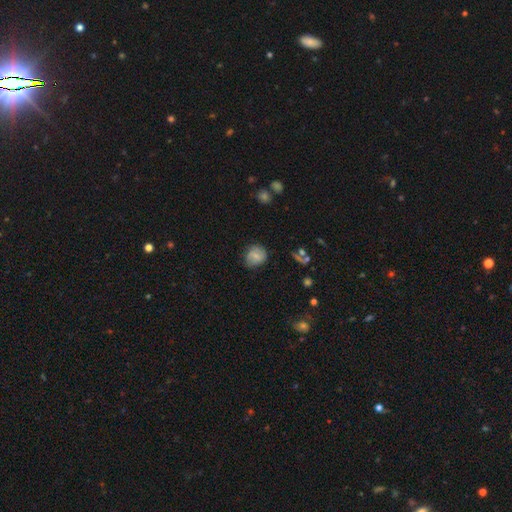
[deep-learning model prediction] The model was most divided on "smooth or featured": smooth: 58%, featured or disk: 32%, star or artifact: 10%. More confident: merging — none (73%); how rounded — round (73%).